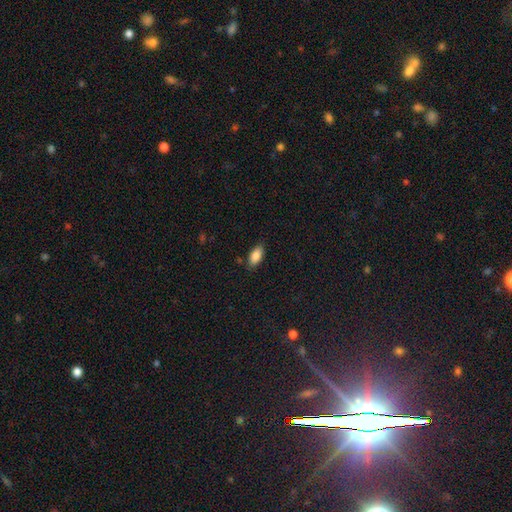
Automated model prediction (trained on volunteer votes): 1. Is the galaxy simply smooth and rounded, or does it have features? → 87% smooth, 7% star or artifact, 6% featured or disk.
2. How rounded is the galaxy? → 90% in between, 7% cigar-shaped, 2% round.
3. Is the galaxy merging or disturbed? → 82% none, 14% minor disturbance, 3% major disturbance, 1% merger.